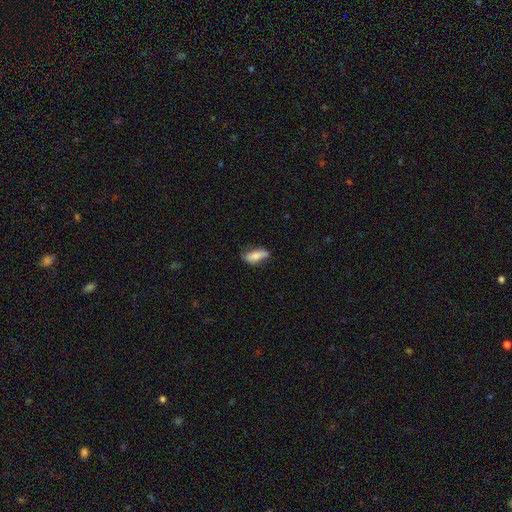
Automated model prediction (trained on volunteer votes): Smooth or featured? Predicted: smooth (p=0.69). How rounded? Predicted: in between (p=0.79). Merging? Predicted: none (p=0.50).